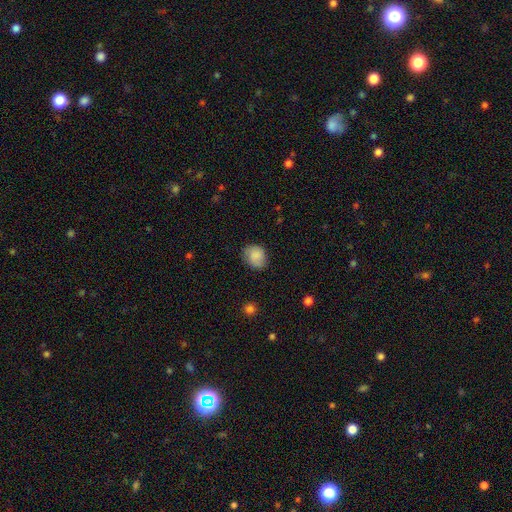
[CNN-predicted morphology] A smooth galaxy with no disk features (82%) that is round (54%). Merging: none (73%).